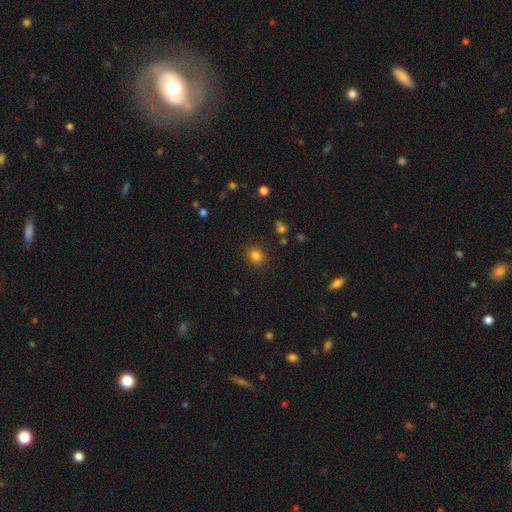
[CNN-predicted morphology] This is clearly a smooth galaxy (82%). How rounded: clearly round (85%). Merging: clearly none (89%).